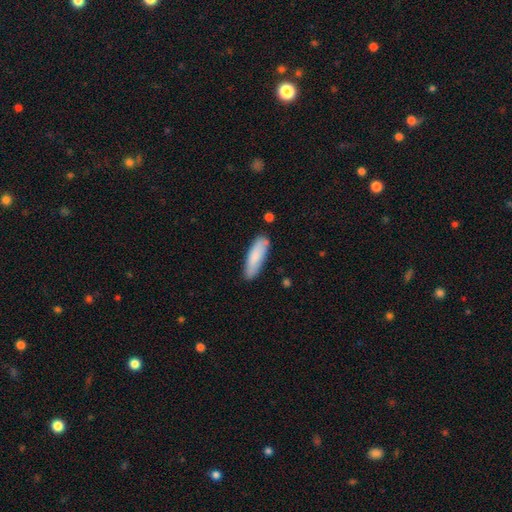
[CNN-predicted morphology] type=smooth (82%); roundness=cigar-shaped (55%); merging=none (80%).